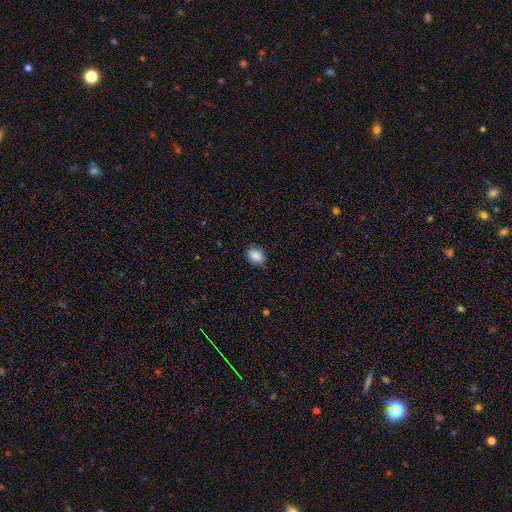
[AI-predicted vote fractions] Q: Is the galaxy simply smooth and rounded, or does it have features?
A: smooth — 88%.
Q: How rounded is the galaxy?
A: round — 55%.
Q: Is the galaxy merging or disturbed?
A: none — 79%.